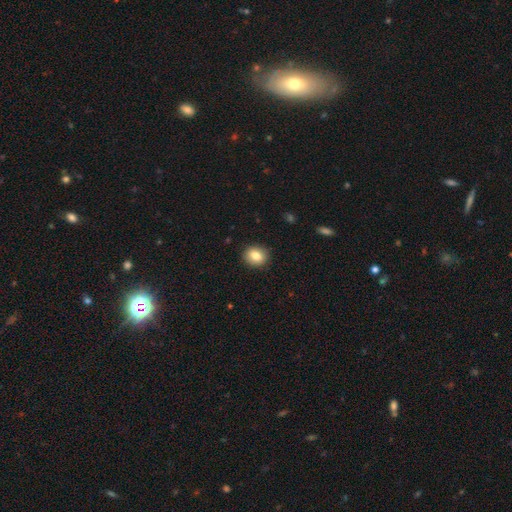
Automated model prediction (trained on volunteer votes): A smooth galaxy with no disk features (83%) that is round (66%).

Vote fractions:
- Smooth or featured? smooth: 83% / star or artifact: 9% / featured or disk: 8%
- How rounded? round: 66% / in between: 33% / cigar-shaped: 1%
- Merging? none: 90% / minor disturbance: 7% / major disturbance: 2% / merger: 1%